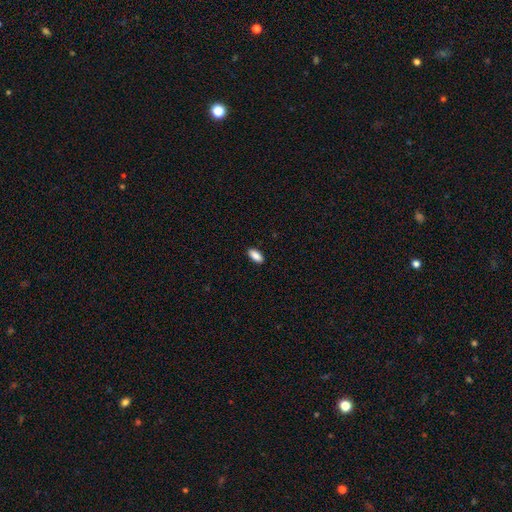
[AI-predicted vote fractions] smooth_or_featured: smooth (p=0.89) [alt: star or artifact p=0.07]
how_rounded: in between (p=0.86) [alt: cigar-shaped p=0.12]
merging: none (p=0.90) [alt: minor disturbance p=0.07]